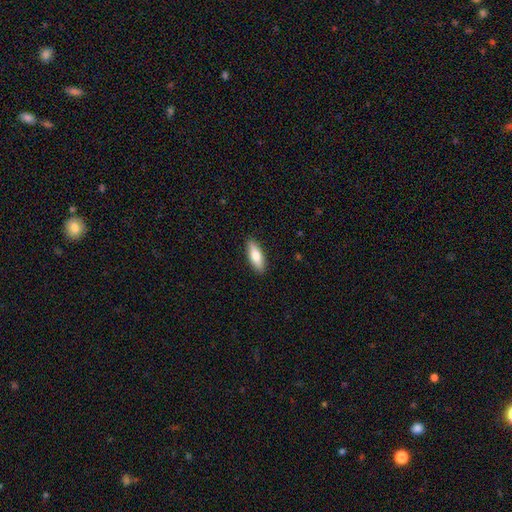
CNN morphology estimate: This appears to be a smooth galaxy with no disk features (74%) that is in between round and cigar-shaped (59%). Merging: none (89%).